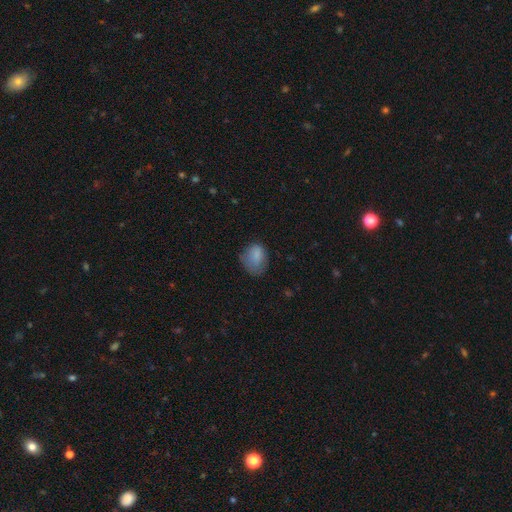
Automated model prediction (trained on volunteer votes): Smooth or featured? Predicted: smooth (p=0.81). How rounded? Predicted: in between (p=0.59). Merging? Predicted: none (p=0.50).